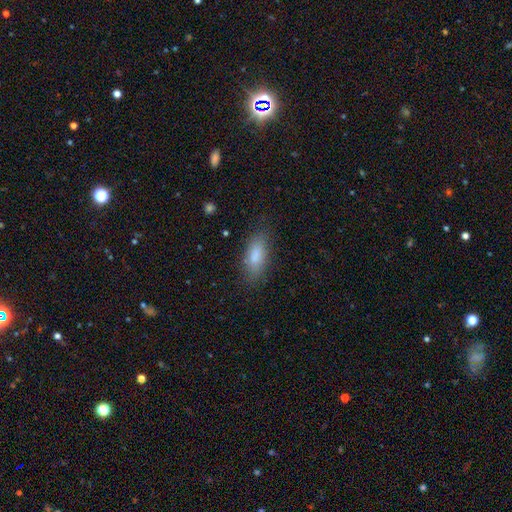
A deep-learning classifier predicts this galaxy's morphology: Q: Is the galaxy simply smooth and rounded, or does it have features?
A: smooth — 83%.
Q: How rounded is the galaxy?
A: in between — 75%.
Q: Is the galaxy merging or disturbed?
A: none — 79%.